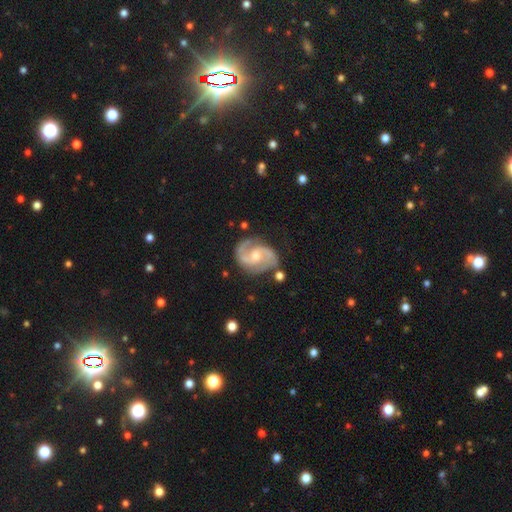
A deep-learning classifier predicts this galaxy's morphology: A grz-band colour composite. It shows a featured or disk galaxy (91%) with no bar (45%), 2 (93%) medium (58%) spiral arms (98%) and a moderate central bulge (56%). Merging: none (77%).